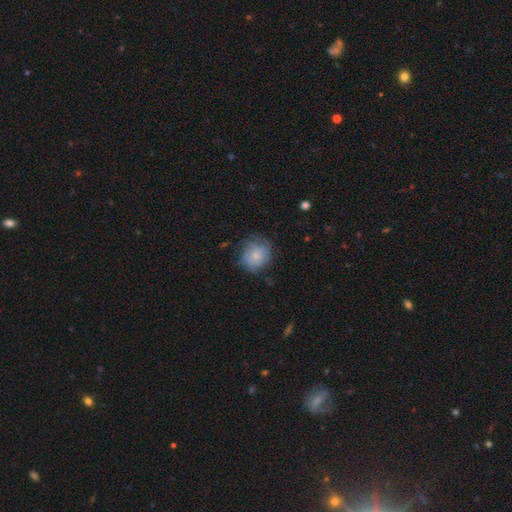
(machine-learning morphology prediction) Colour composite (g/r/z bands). It shows a smooth galaxy with no disk features (71%) that is round (81%). Merging: none (63%).